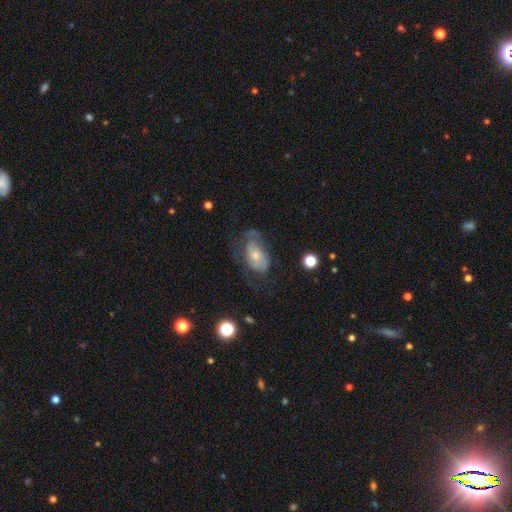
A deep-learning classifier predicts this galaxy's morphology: A smooth galaxy with no disk features (47%).

Vote fractions:
- Smooth or featured? smooth: 47% / featured or disk: 45% / star or artifact: 8%
- Merging? none: 36% / major disturbance: 33% / minor disturbance: 28% / merger: 3%